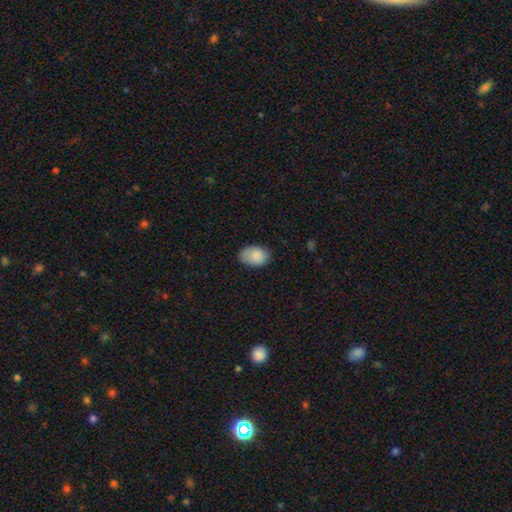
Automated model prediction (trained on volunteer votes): Smooth or featured: smooth — 84% (featured or disk — 9%)
How rounded: in between — 84% (round — 15%)
Merging: none — 73% (minor disturbance — 22%)